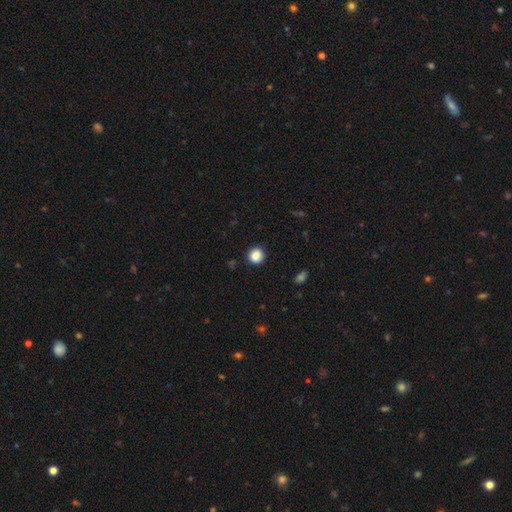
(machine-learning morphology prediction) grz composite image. It shows a smooth galaxy with no disk features (87%) that is round (86%). Merging: none (88%).